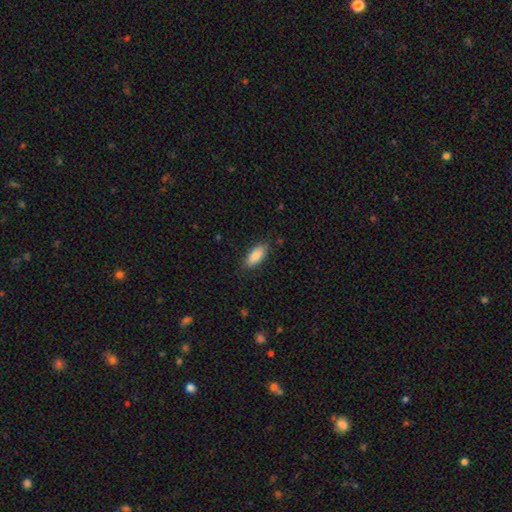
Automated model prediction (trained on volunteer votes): Overall: smooth (85%). How rounded: in between (83%). Merging: none (82%).